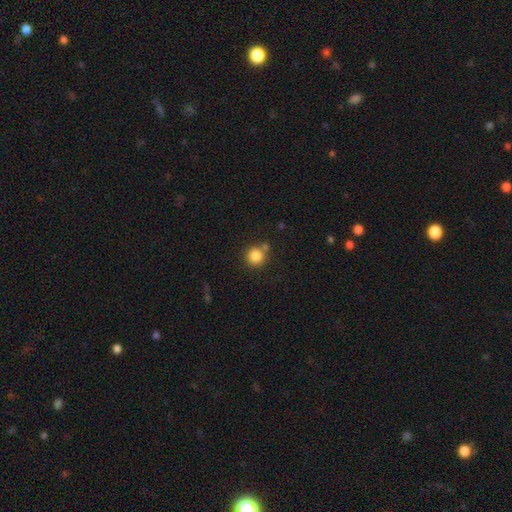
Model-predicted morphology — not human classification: type=smooth (84%); roundness=round (92%); merging=none (72%).